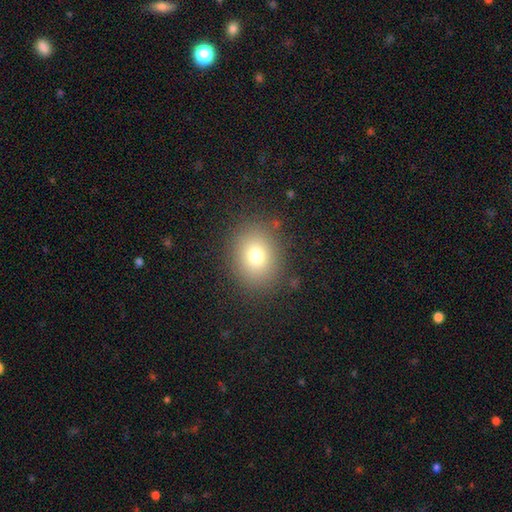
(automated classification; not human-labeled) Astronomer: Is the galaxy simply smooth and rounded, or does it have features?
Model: smooth — 77%.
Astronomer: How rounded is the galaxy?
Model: round — 60% (runner-up: in between, 39%).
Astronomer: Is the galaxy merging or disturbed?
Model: none — 86%.